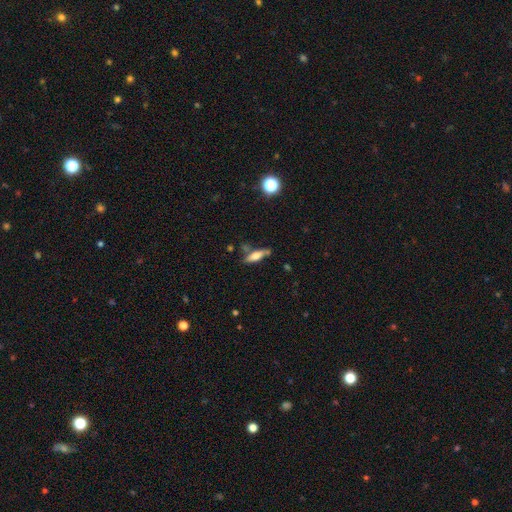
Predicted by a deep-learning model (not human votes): Morphology: type=smooth (49%); merging=none (68%).